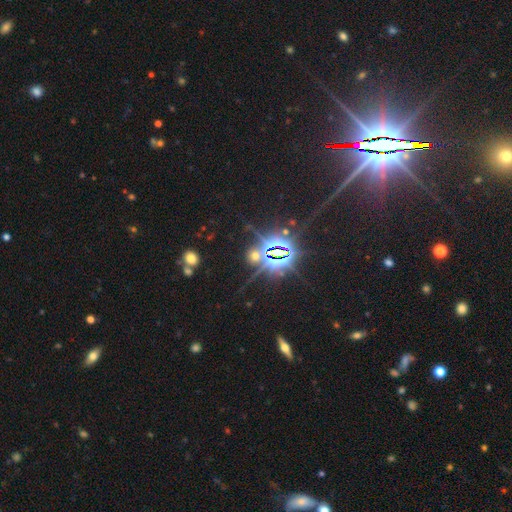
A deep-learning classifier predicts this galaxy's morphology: Q: Smooth or featured?
A: star or artifact (71%); runner-up: smooth (18%)